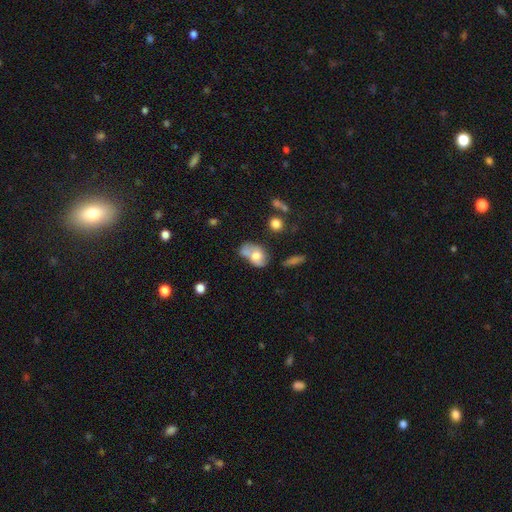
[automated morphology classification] type=smooth (63%); roundness=in between (80%); merging=merger (35%).